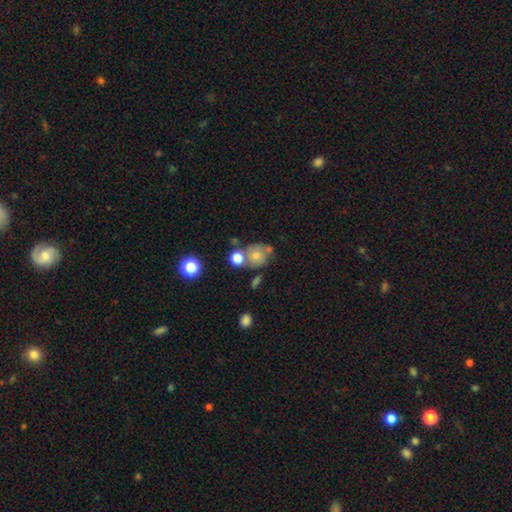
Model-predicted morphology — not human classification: Smooth or featured? smooth (65%)
How rounded? round (75%)
Merging? none (46%)